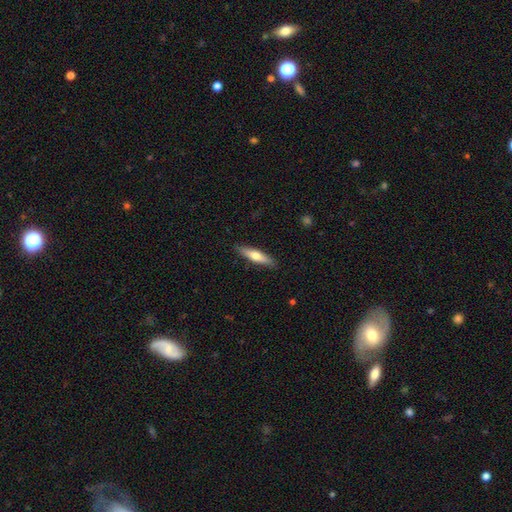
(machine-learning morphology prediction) Smooth or featured: smooth — 59% (featured or disk — 36%)
How rounded: cigar-shaped — 78% (in between — 21%)
Merging: none — 88% (minor disturbance — 9%)